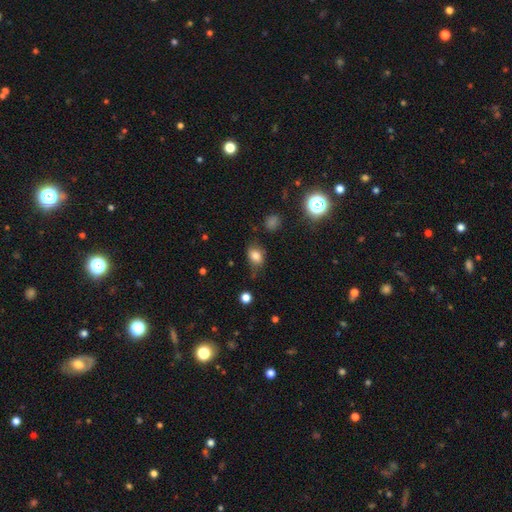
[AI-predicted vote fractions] This appears to be a smooth galaxy with no disk features (78%) that is in between round and cigar-shaped (72%). Merging: none (64%).